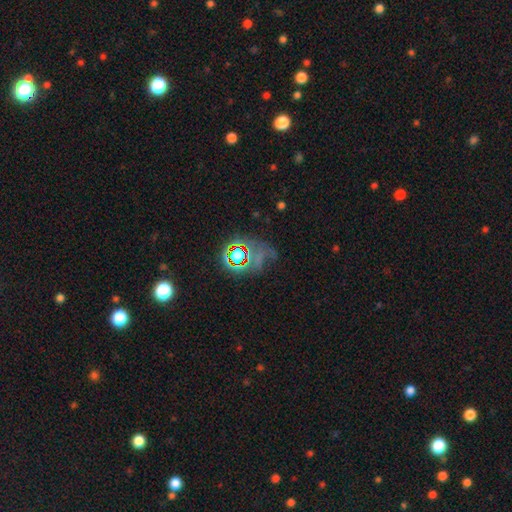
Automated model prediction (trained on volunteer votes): smooth-or-featured: star or artifact: 44% | featured or disk: 28% | smooth: 27%